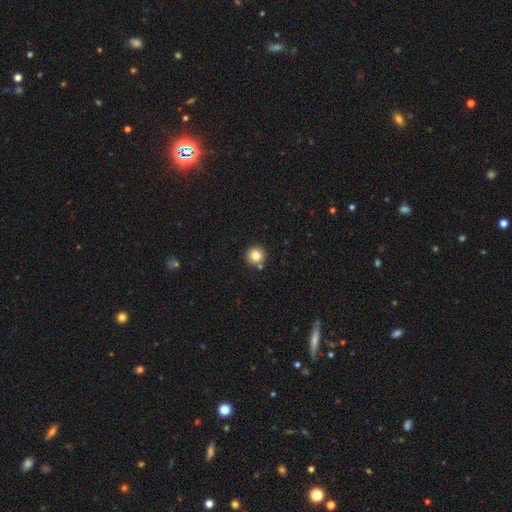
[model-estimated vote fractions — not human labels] smooth-or-featured: smooth: 81% | star or artifact: 11% | featured or disk: 8%
  how-rounded: round: 95% | in between: 4% | cigar-shaped: 1%
  merging: none: 86% | minor disturbance: 7% | merger: 6% | major disturbance: 2%